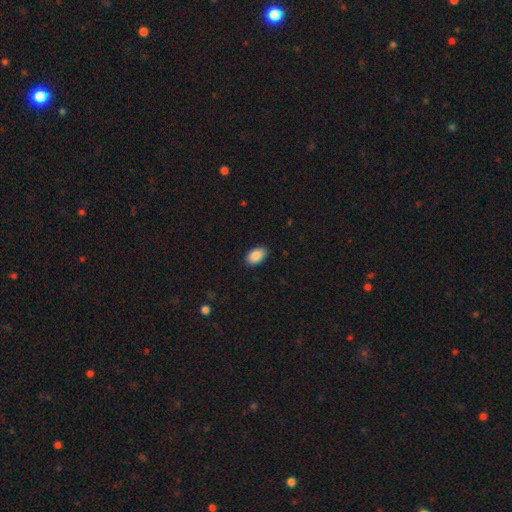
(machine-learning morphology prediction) The model was most divided on "merging": none: 86%, minor disturbance: 11%, major disturbance: 2%, merger: 1%. More confident: how rounded — in between (92%); smooth or featured — smooth (90%).